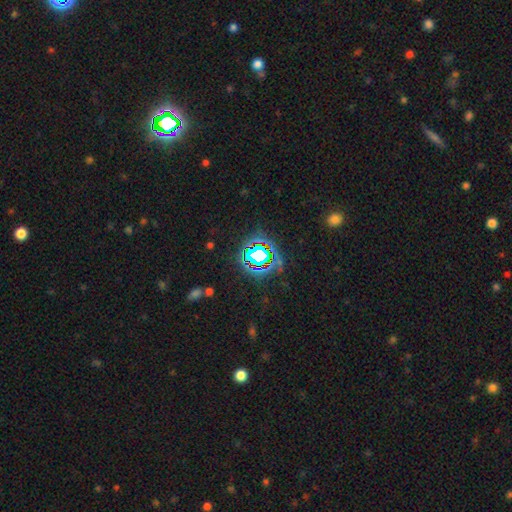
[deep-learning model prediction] Overall: star or artifact (72%).